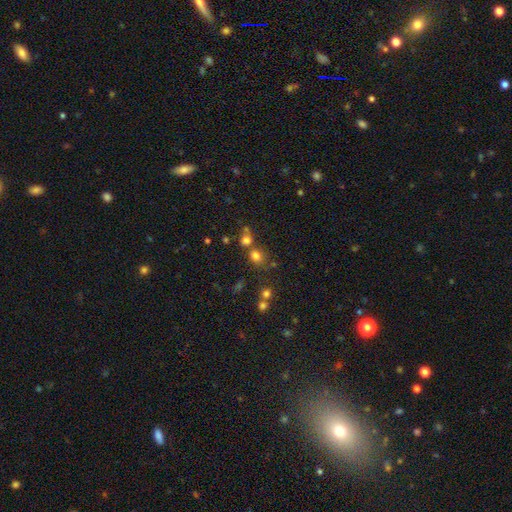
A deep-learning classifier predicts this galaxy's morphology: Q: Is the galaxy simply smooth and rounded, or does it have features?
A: smooth — 73%.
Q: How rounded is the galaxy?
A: round — 66%.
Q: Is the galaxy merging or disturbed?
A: none — 57%.